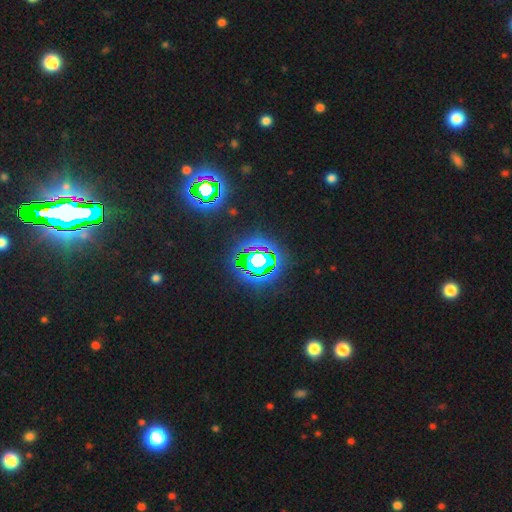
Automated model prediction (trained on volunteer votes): A star or artifact, not a galaxy (72%).